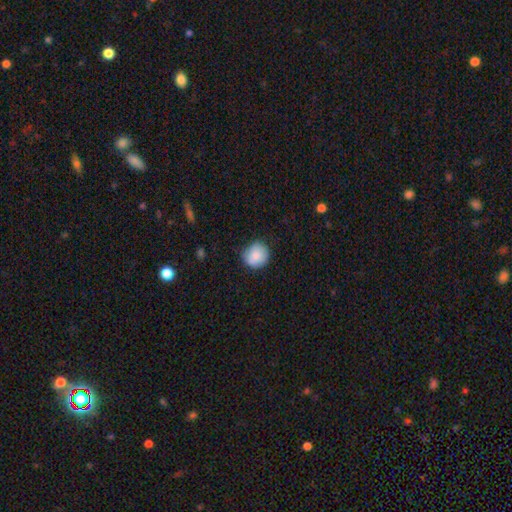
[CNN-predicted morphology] Smooth or featured? smooth (85%)
How rounded? round (90%)
Merging? none (78%)